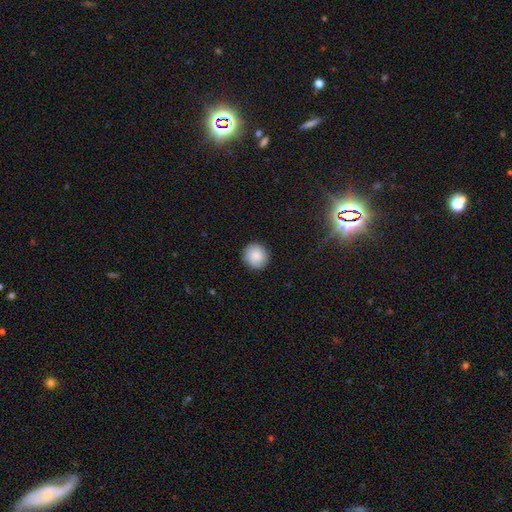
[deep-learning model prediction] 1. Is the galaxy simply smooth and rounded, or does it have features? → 82% smooth, 10% featured or disk, 7% star or artifact.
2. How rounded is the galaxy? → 93% round, 6% in between, 1% cigar-shaped.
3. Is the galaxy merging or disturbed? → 89% none, 8% minor disturbance, 2% major disturbance, 1% merger.